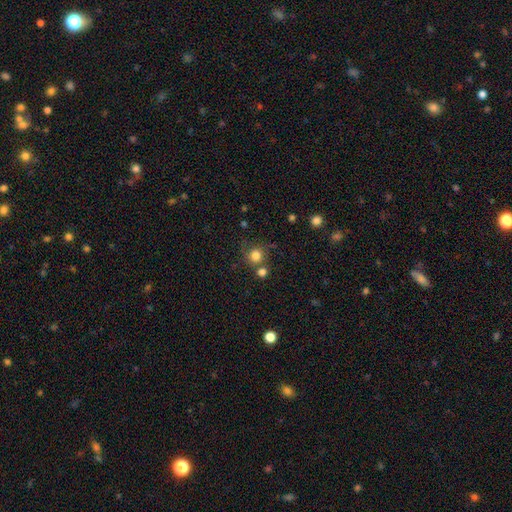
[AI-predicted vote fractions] Morphology: type=smooth (81%); roundness=round (90%); merging=none (65%).